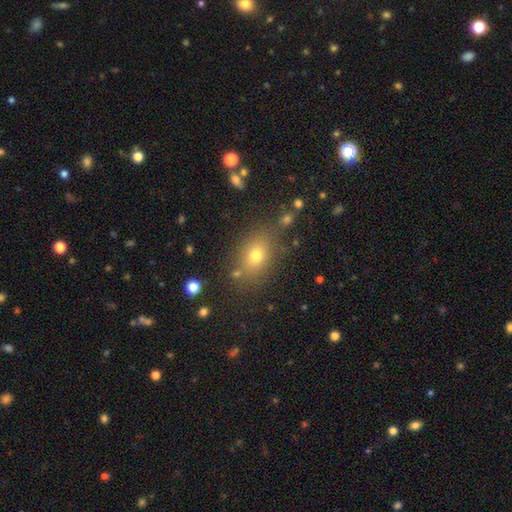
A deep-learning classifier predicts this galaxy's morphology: This appears to be a smooth galaxy with no disk features (73%) that is in between round and cigar-shaped (67%). Merging: none (76%).